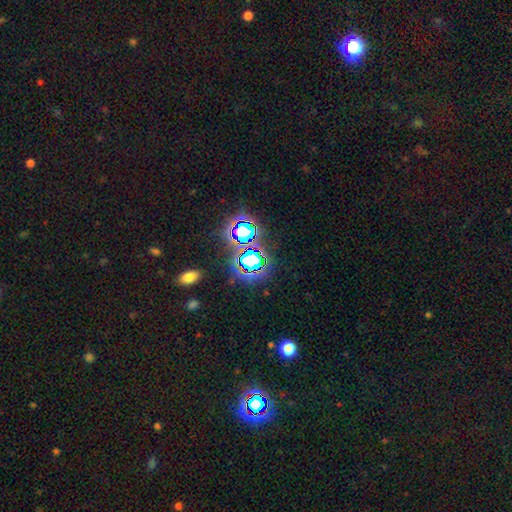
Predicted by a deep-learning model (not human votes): A star or artifact, not a galaxy (75%).